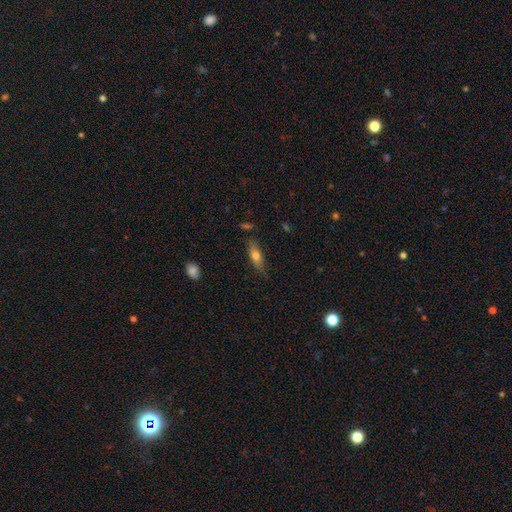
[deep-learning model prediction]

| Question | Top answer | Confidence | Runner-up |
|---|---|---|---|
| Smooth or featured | smooth | 67% | featured or disk (26%) |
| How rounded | in between | 60% | cigar-shaped (36%) |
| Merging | none | 70% | minor disturbance (23%) |